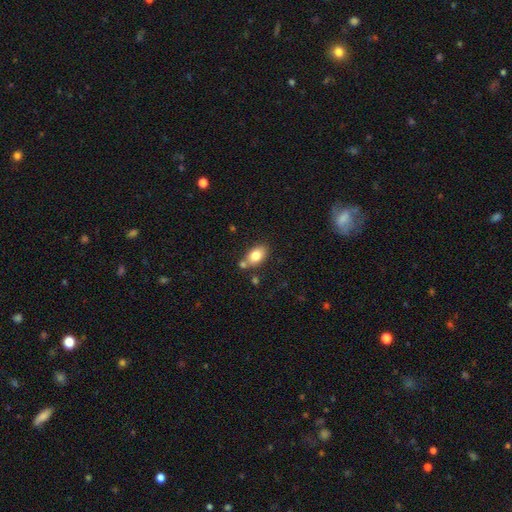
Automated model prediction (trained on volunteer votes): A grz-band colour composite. It shows a smooth galaxy with no disk features (80%) that is in between round and cigar-shaped (85%). Merging: none (64%).